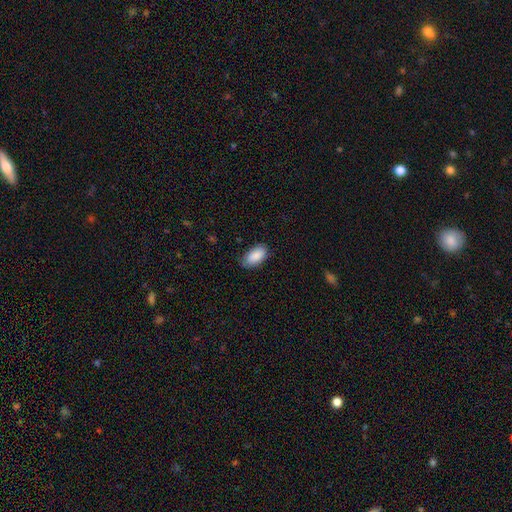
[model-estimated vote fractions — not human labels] A smooth galaxy with no disk features (88%) that is in between round and cigar-shaped (94%).

Vote fractions:
- Smooth or featured? smooth: 88% / star or artifact: 6% / featured or disk: 5%
- How rounded? in between: 94% / cigar-shaped: 3% / round: 3%
- Merging? none: 78% / minor disturbance: 18% / major disturbance: 3% / merger: 1%